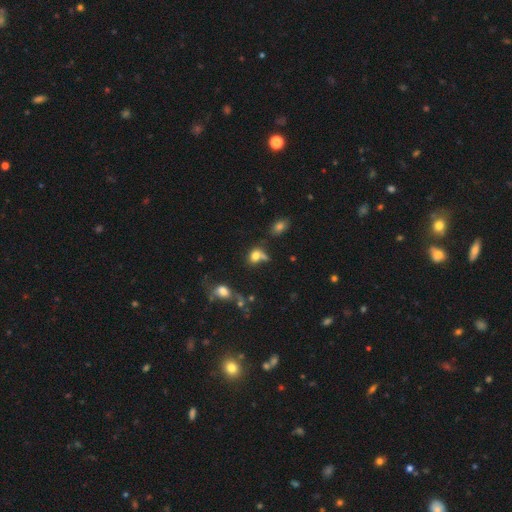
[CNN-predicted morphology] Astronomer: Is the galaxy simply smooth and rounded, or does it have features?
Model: smooth — 74%.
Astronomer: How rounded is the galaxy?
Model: in between — 52% (runner-up: round, 46%).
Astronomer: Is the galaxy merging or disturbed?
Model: none — 38% (runner-up: merger, 31%).